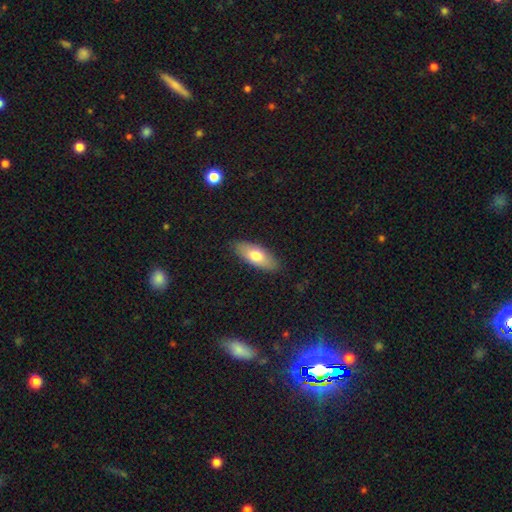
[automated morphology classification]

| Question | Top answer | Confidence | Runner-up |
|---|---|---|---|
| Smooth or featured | smooth | 71% | featured or disk (24%) |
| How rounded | in between | 80% | cigar-shaped (17%) |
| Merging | none | 87% | minor disturbance (10%) |